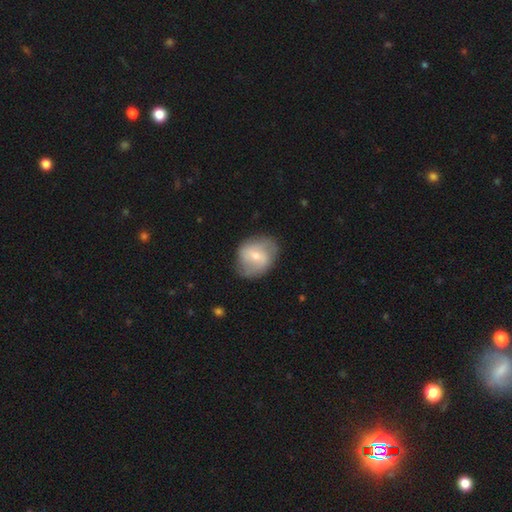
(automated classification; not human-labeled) Smooth or featured: featured or disk — 48% (smooth — 46%)
Merging: none — 72% (minor disturbance — 20%)